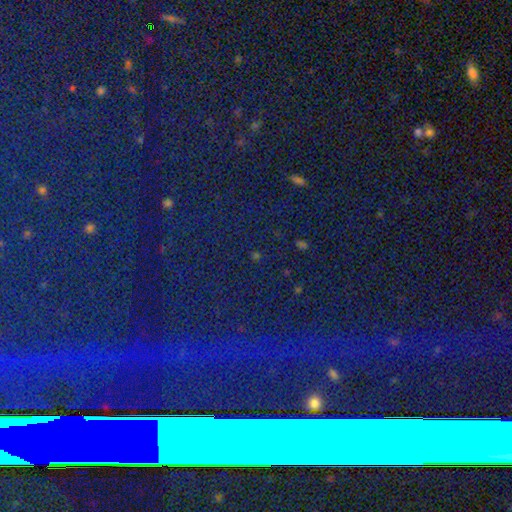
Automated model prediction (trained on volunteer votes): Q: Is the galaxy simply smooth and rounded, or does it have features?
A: star or artifact — 77%.